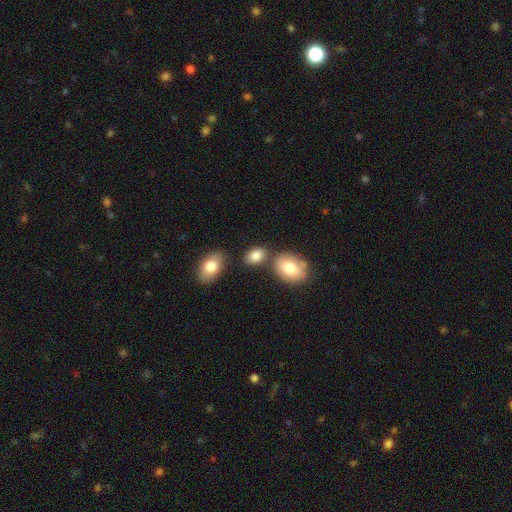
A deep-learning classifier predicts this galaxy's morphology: A smooth galaxy with no disk features (84%) that is in between round and cigar-shaped (78%).

Vote fractions:
- Smooth or featured? smooth: 84% / star or artifact: 8% / featured or disk: 8%
- How rounded? in between: 78% / round: 20% / cigar-shaped: 2%
- Merging? none: 70% / merger: 15% / minor disturbance: 12% / major disturbance: 3%